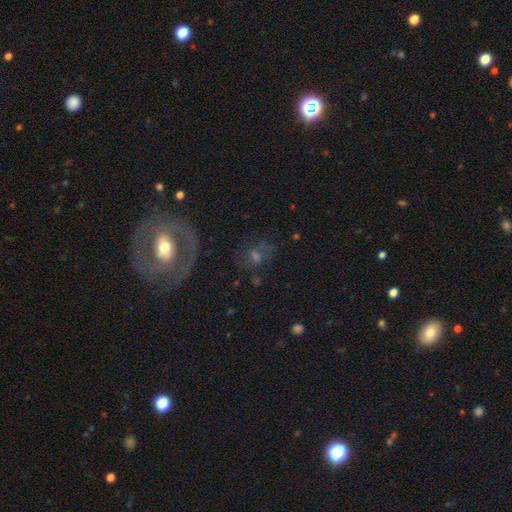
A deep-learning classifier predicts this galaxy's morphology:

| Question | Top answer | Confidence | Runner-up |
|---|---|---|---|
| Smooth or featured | featured or disk | 53% | smooth (30%) |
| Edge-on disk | no | 93% | yes (7%) |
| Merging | none | 64% | minor disturbance (15%) |